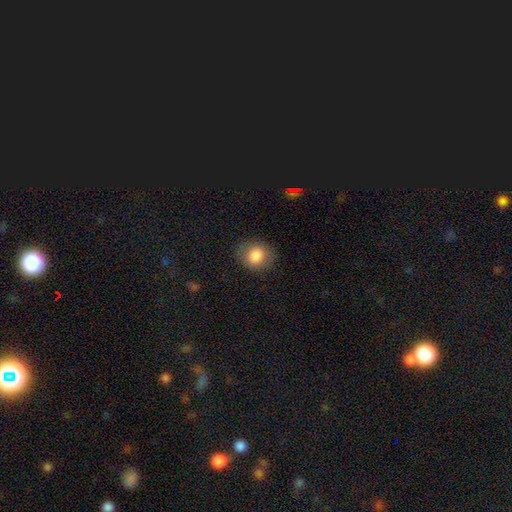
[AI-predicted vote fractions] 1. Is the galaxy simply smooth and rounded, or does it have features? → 83% smooth, 9% featured or disk, 8% star or artifact.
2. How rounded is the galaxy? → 69% round, 30% in between, 1% cigar-shaped.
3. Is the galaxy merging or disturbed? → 83% none, 12% minor disturbance, 4% major disturbance, 1% merger.